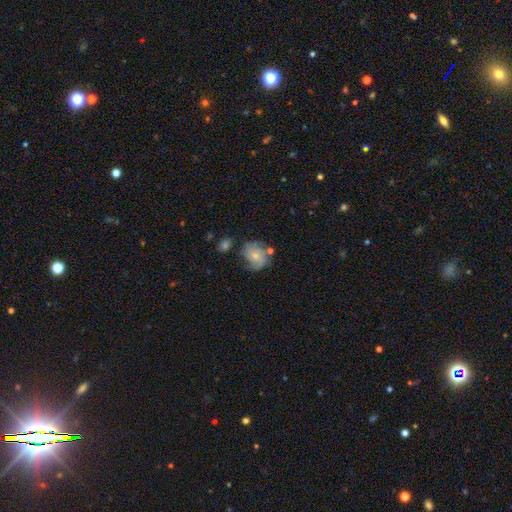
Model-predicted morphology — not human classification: smooth_or_featured: featured or disk (p=0.49) [alt: smooth p=0.43]
merging: none (p=0.51) [alt: minor disturbance p=0.27]